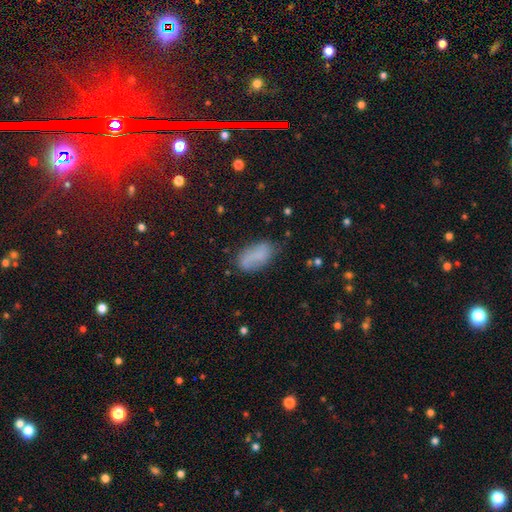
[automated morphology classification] smooth-or-featured: smooth: 76% | featured or disk: 14% | star or artifact: 10%
  how-rounded: in between: 91% | cigar-shaped: 5% | round: 4%
  merging: none: 62% | minor disturbance: 25% | major disturbance: 8% | merger: 5%